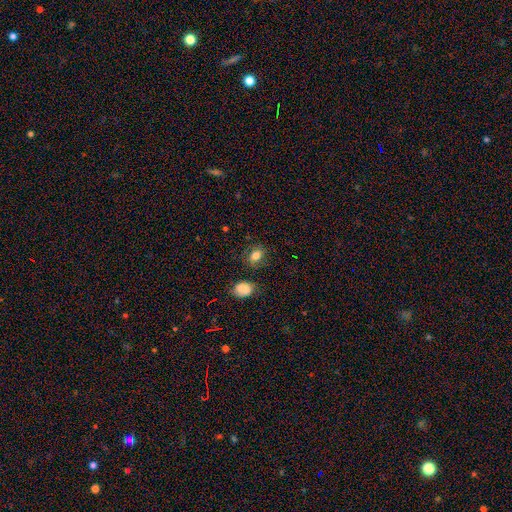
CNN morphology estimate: Smooth or featured? Predicted: smooth (p=0.78). How rounded? Predicted: in between (p=0.66). Merging? Predicted: none (p=0.75).